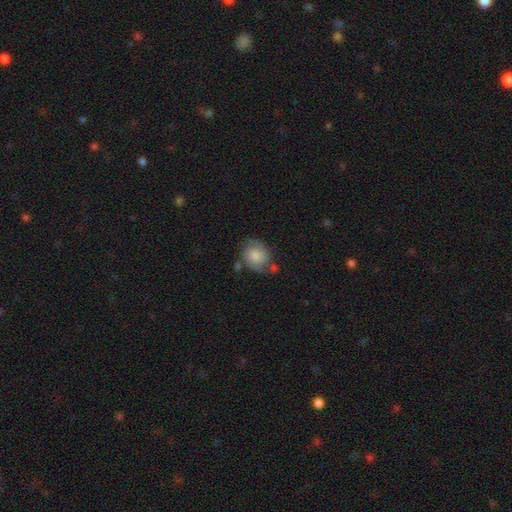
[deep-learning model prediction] This is possibly a smooth galaxy (50%). Merging: possibly none (52%).